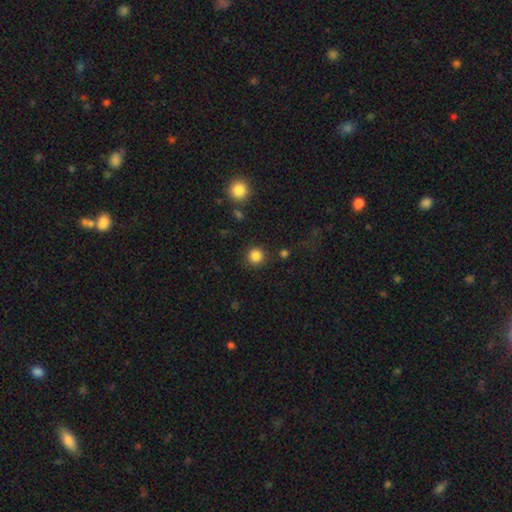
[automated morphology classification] The model was most divided on "smooth or featured": smooth: 85%, star or artifact: 11%, featured or disk: 4%. More confident: how rounded — round (94%); merging — none (89%).